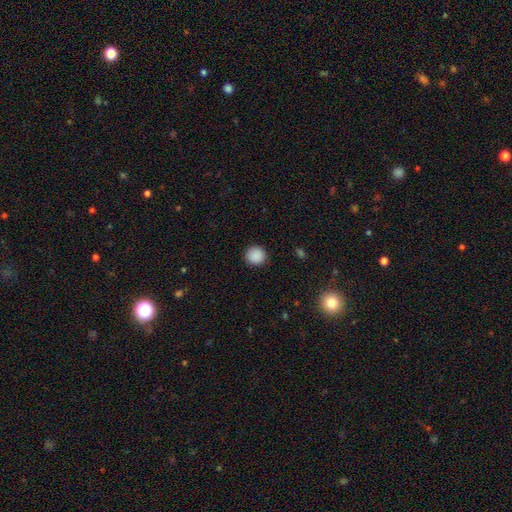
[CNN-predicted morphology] smooth_or_featured: smooth (p=0.89) [alt: star or artifact p=0.09]
how_rounded: round (p=0.92) [alt: in between p=0.07]
merging: none (p=0.91) [alt: minor disturbance p=0.06]